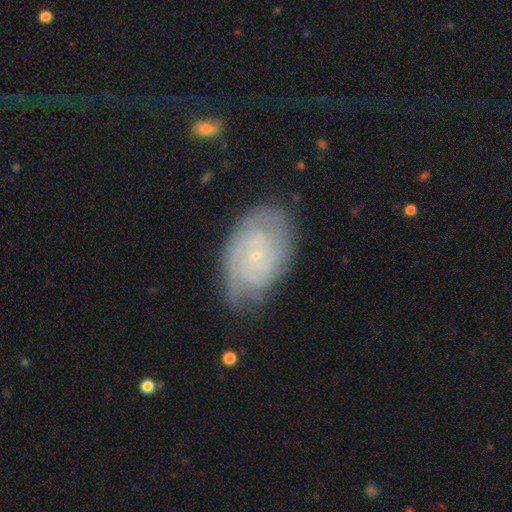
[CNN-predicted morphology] Smooth or featured? featured or disk (79%)
Edge-on disk? no (97%)
Bar? no (73%)
Spiral arms? yes (94%)
Spiral winding? tight (71%)
Spiral arm count? can't tell (39%)
Bulge size? small (86%)
Merging? none (67%)